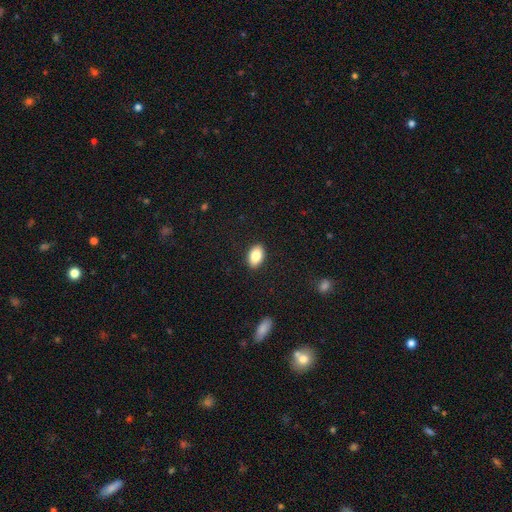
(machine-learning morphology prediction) Q: Smooth or featured?
A: smooth (84%); runner-up: featured or disk (9%)
Q: How rounded?
A: in between (91%); runner-up: round (7%)
Q: Merging?
A: none (89%); runner-up: minor disturbance (8%)